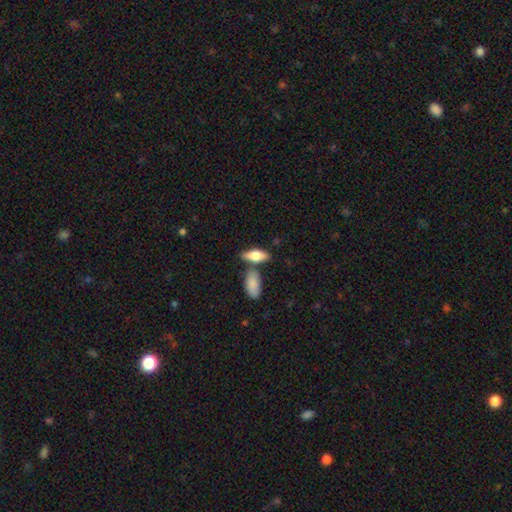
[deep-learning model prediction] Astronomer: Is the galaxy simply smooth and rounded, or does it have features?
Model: smooth — 73%.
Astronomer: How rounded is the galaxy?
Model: in between — 76%.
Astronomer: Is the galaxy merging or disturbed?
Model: none — 59%.